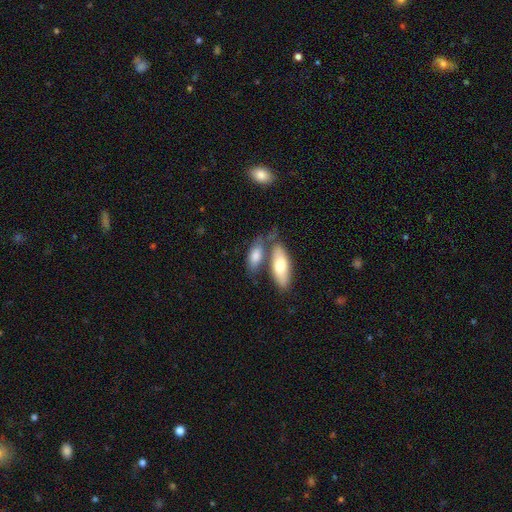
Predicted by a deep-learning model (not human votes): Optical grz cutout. It shows a smooth galaxy with no disk features (75%) that is in between round and cigar-shaped (79%). Merging: none (42%).